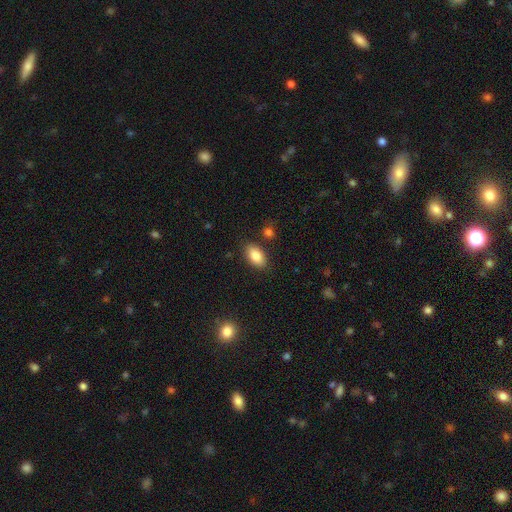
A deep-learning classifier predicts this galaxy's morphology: The model was most divided on "merging": none: 84%, minor disturbance: 10%, merger: 3%, major disturbance: 3%. More confident: how rounded — in between (92%); smooth or featured — smooth (85%).